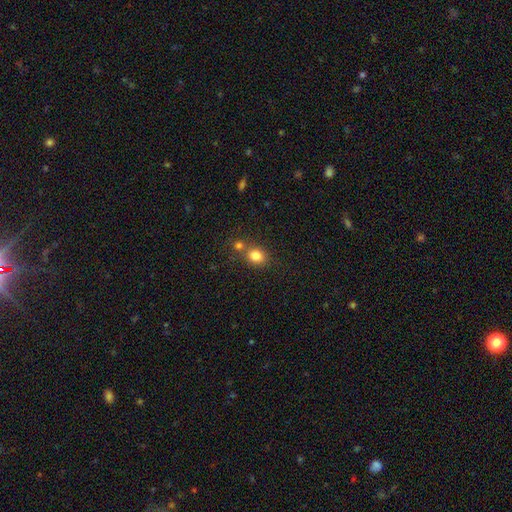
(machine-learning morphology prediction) smooth_or_featured: smooth (p=0.81) [alt: star or artifact p=0.12]
how_rounded: round (p=0.65) [alt: in between p=0.34]
merging: none (p=0.59) [alt: merger p=0.28]